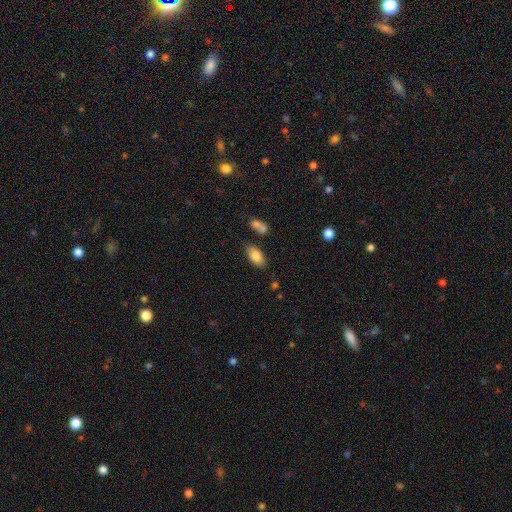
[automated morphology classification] Smooth or featured?
  - smooth: 83% *
  - featured or disk: 10%
  - star or artifact: 7%
How rounded?
  - in between: 93% *
  - cigar-shaped: 4%
  - round: 3%
Merging?
  - none: 75% *
  - minor disturbance: 13%
  - merger: 9%
  - major disturbance: 3%